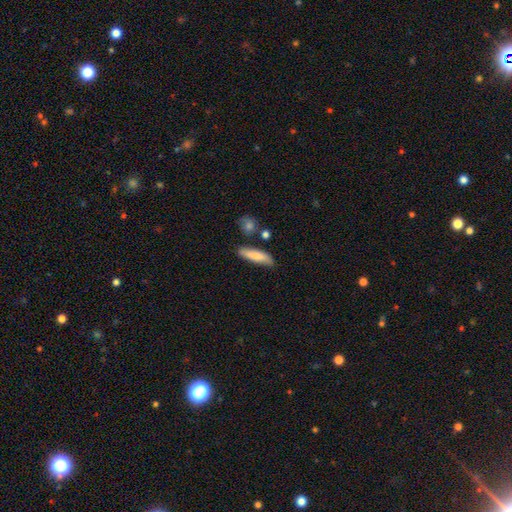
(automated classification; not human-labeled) This is likely a smooth galaxy (80%). How rounded: likely cigar-shaped (67%). Merging: likely none (74%).